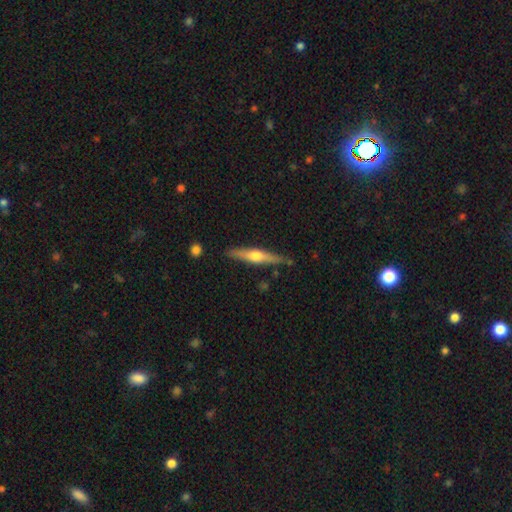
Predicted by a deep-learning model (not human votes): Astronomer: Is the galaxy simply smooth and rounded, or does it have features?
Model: featured or disk — 58% (runner-up: smooth, 37%).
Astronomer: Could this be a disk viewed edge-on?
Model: yes — 96%.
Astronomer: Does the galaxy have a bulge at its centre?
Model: rounded — 90%.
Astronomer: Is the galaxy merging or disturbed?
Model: none — 83%.